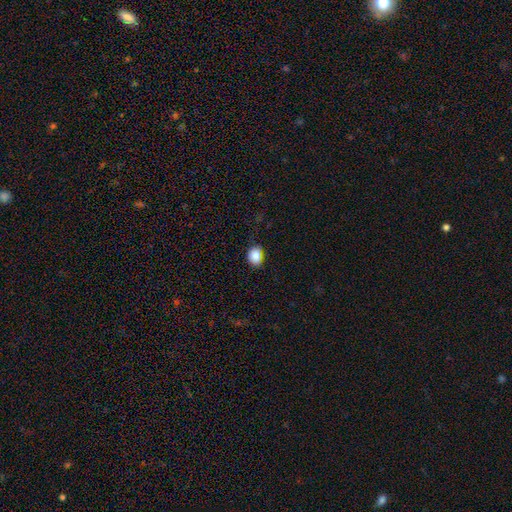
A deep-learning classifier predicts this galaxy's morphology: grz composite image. It shows a smooth galaxy with no disk features (87%) that is round (56%). Merging: none (71%).